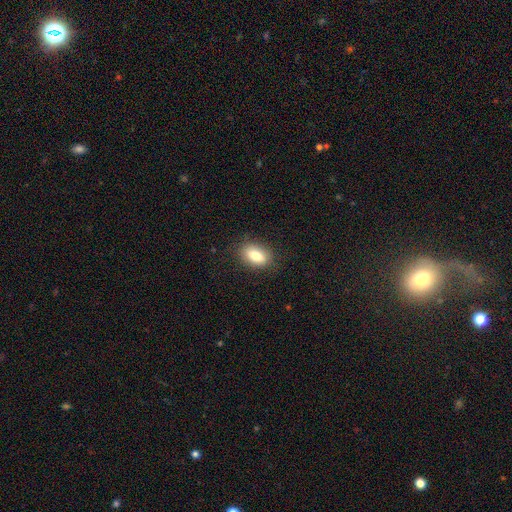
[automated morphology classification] smooth_or_featured: smooth (p=0.81) [alt: featured or disk p=0.11]
how_rounded: in between (p=0.87) [alt: round p=0.10]
merging: none (p=0.85) [alt: minor disturbance p=0.12]